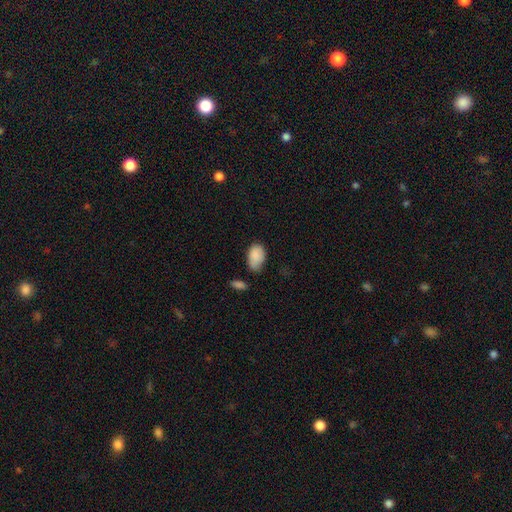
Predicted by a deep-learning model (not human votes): Overall: smooth (88%). How rounded: in between (90%). Merging: none (48%; minor disturbance 37%).